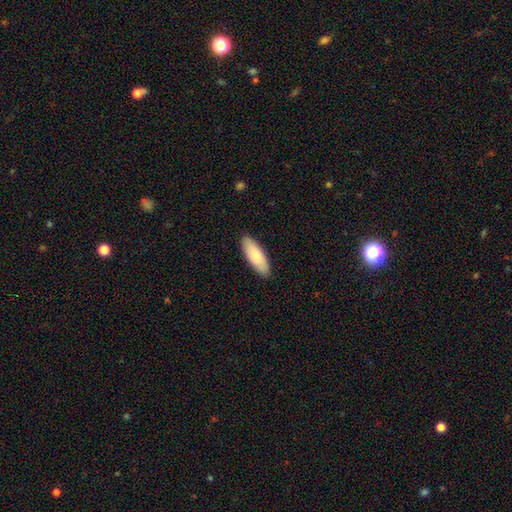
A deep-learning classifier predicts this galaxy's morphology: smooth-or-featured: smooth: 84% | featured or disk: 11% | star or artifact: 5%
  how-rounded: in between: 64% | cigar-shaped: 34% | round: 2%
  merging: none: 90% | minor disturbance: 8% | major disturbance: 1% | merger: 1%